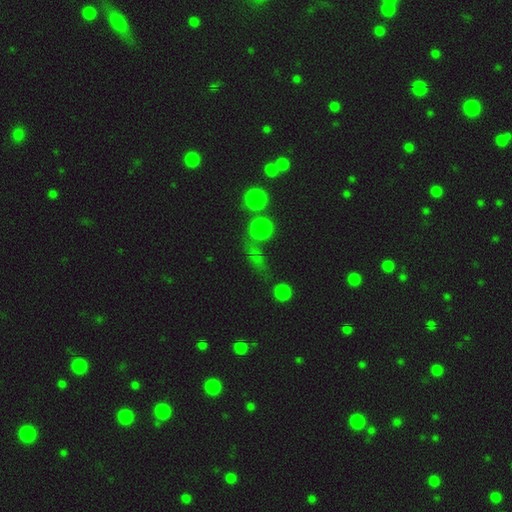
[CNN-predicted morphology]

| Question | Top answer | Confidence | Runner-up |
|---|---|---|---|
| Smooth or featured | smooth | 67% | star or artifact (22%) |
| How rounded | round | 62% | in between (29%) |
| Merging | none | 53% | major disturbance (17%) |